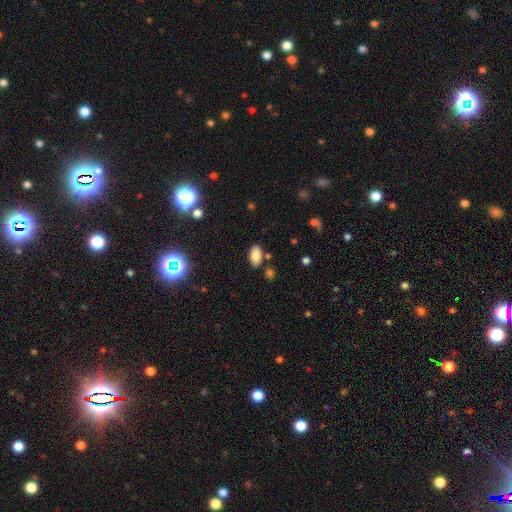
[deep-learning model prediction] Overall: smooth (81%). How rounded: in between (93%). Merging: none (80%).